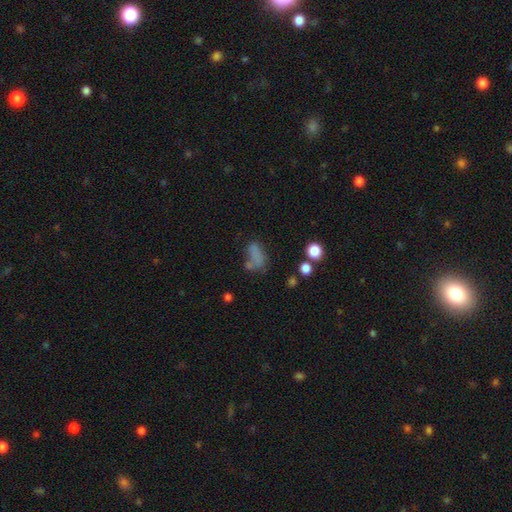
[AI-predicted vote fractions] A smooth galaxy with no disk features (66%) that is in between round and cigar-shaped (81%). Merging: none (39%).